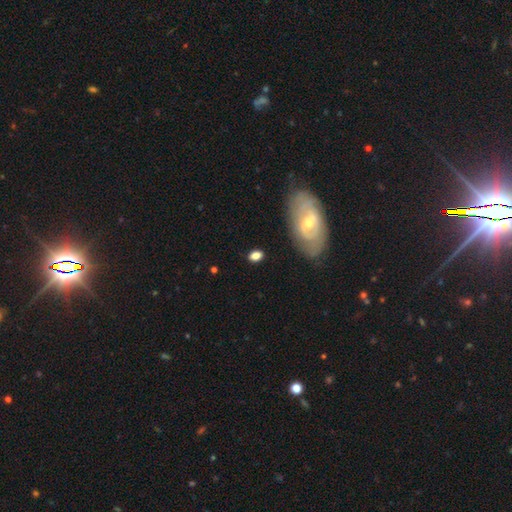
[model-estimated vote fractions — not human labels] Smooth or featured?
  - smooth: 76% *
  - featured or disk: 15%
  - star or artifact: 9%
How rounded?
  - in between: 82% *
  - round: 15%
  - cigar-shaped: 3%
Merging?
  - none: 78% *
  - minor disturbance: 14%
  - major disturbance: 5%
  - merger: 3%